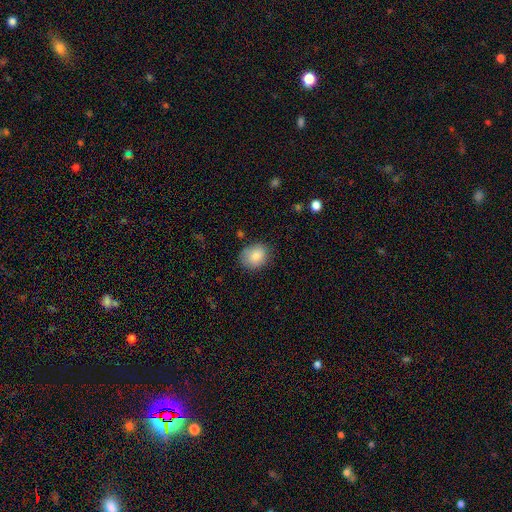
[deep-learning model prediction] Q: Smooth or featured?
A: smooth (85%); runner-up: star or artifact (8%)
Q: How rounded?
A: round (55%); runner-up: in between (44%)
Q: Merging?
A: none (79%); runner-up: minor disturbance (16%)